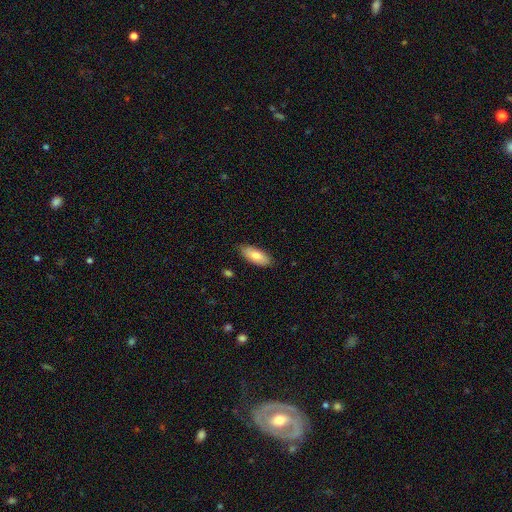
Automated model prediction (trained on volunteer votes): This is likely a smooth galaxy (78%). How rounded: clearly in between (81%). Merging: clearly none (85%).